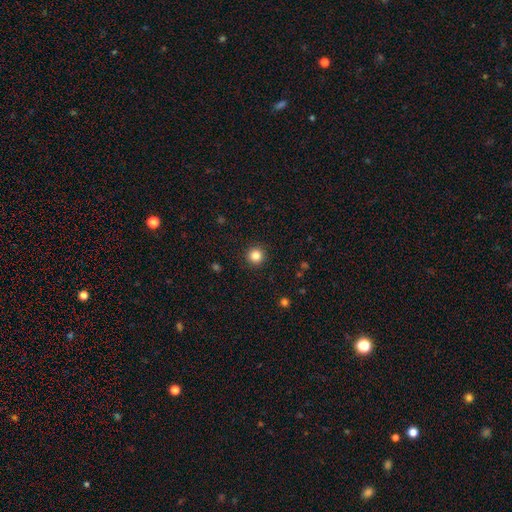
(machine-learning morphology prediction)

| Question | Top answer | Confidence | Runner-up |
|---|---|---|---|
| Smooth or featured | smooth | 84% | star or artifact (12%) |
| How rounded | round | 96% | in between (3%) |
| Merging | none | 92% | minor disturbance (5%) |